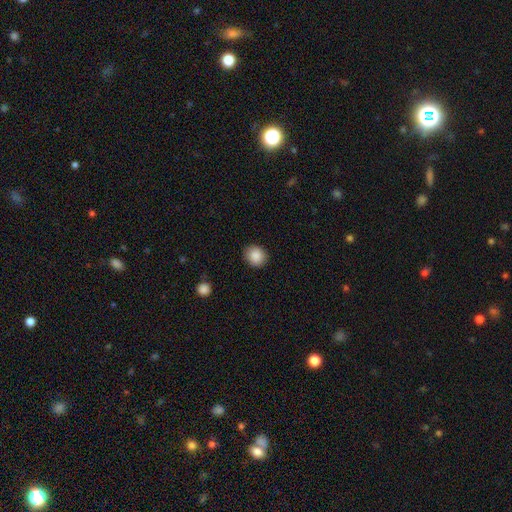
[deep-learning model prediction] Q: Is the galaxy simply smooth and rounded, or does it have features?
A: smooth — 88%.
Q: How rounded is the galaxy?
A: round — 78%.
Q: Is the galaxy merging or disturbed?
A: none — 89%.